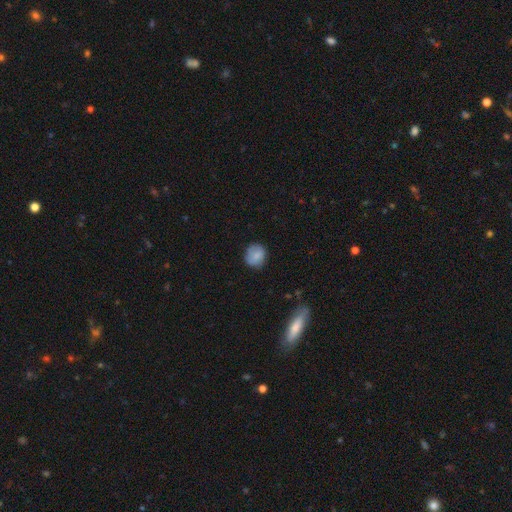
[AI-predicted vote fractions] Morphology: type=smooth (81%); roundness=round (79%); merging=none (79%).